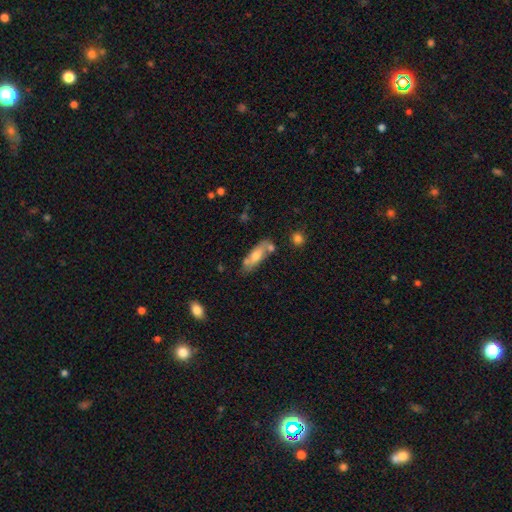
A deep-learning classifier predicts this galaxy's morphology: Q: Smooth or featured?
A: smooth (57%); runner-up: featured or disk (36%)
Q: How rounded?
A: in between (56%); runner-up: cigar-shaped (41%)
Q: Merging?
A: none (62%); runner-up: minor disturbance (18%)